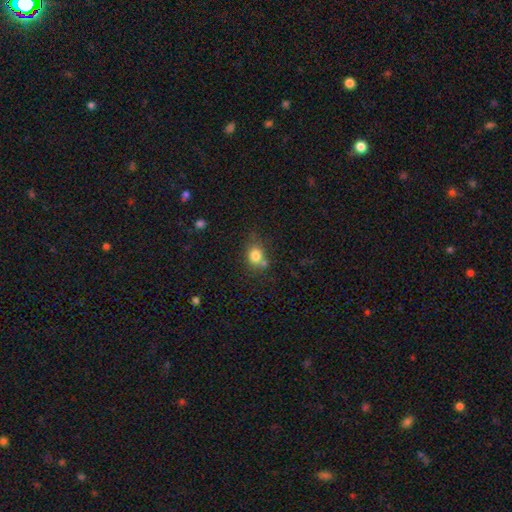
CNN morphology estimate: Smooth or featured: smooth — 80% (star or artifact — 11%)
How rounded: round — 65% (in between — 34%)
Merging: none — 57% (merger — 20%)